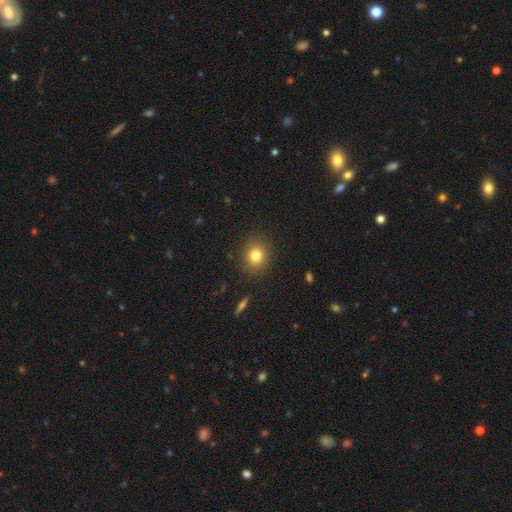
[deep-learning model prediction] smooth_or_featured: smooth (p=0.80) [alt: star or artifact p=0.12]
how_rounded: round (p=0.75) [alt: in between p=0.24]
merging: none (p=0.88) [alt: minor disturbance p=0.08]